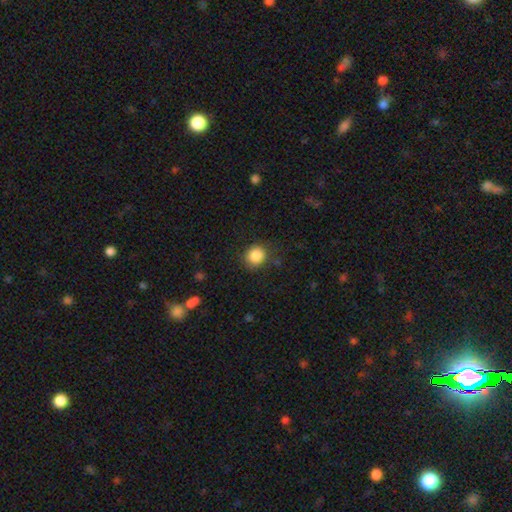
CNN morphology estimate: type=smooth (86%); roundness=round (82%); merging=none (83%).